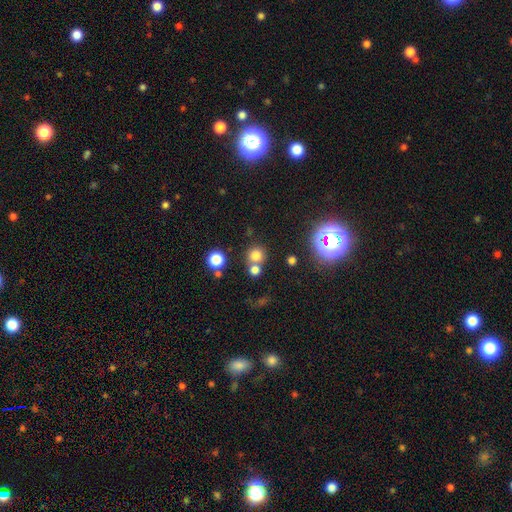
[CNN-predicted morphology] A smooth galaxy with no disk features (72%) that is round (88%).

Vote fractions:
- Smooth or featured? smooth: 72% / star or artifact: 20% / featured or disk: 8%
- How rounded? round: 88% / in between: 11% / cigar-shaped: 1%
- Merging? none: 60% / merger: 29% / minor disturbance: 7% / major disturbance: 4%